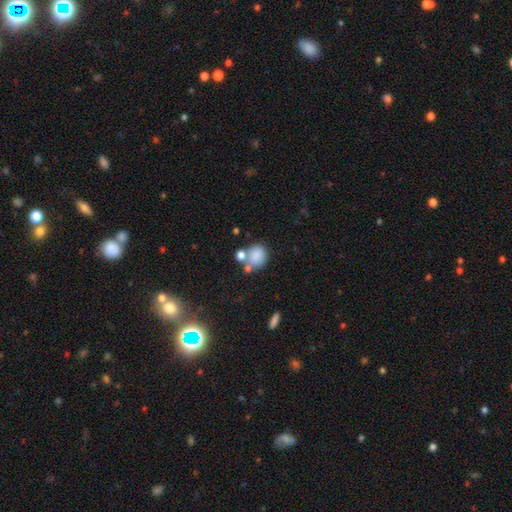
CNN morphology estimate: Smooth or featured? Predicted: smooth (p=0.82). How rounded? Predicted: round (p=0.69). Merging? Predicted: none (p=0.53).